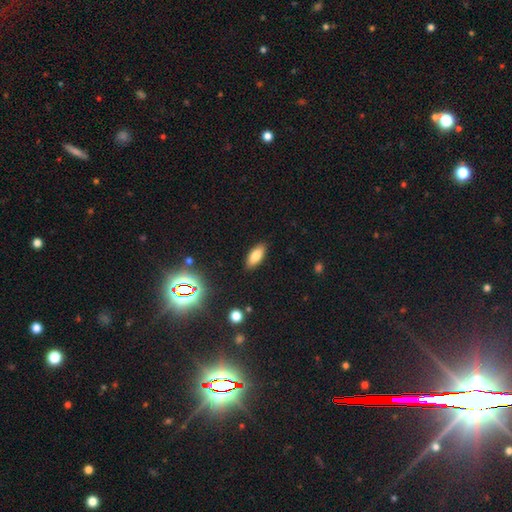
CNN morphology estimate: A smooth galaxy with no disk features (80%) that is in between round and cigar-shaped (83%).

Vote fractions:
- Smooth or featured? smooth: 80% / star or artifact: 10% / featured or disk: 9%
- How rounded? in between: 83% / cigar-shaped: 15% / round: 2%
- Merging? none: 88% / minor disturbance: 9% / major disturbance: 2% / merger: 1%